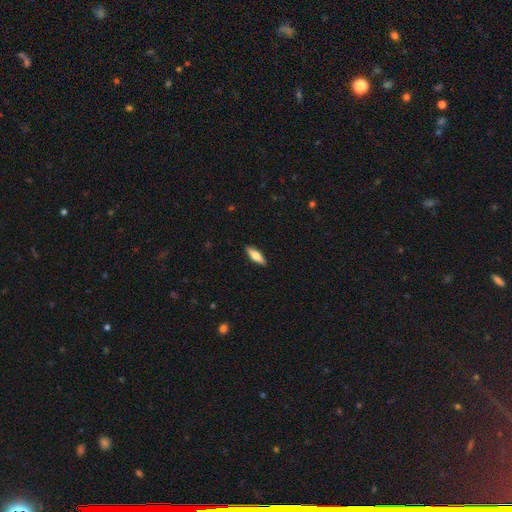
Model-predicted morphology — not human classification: Smooth or featured: smooth — 65% (featured or disk — 29%)
How rounded: in between — 53% (cigar-shaped — 45%)
Merging: none — 90% (minor disturbance — 7%)